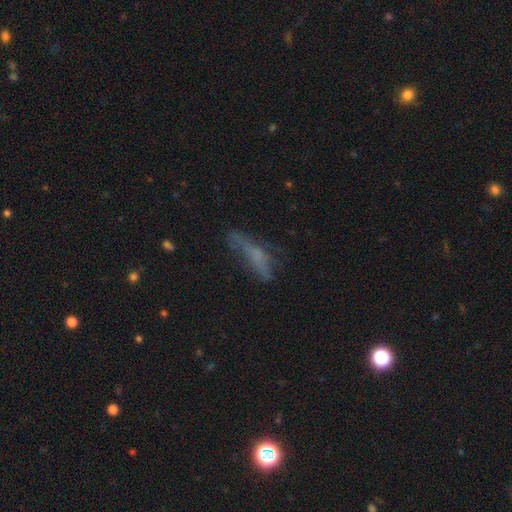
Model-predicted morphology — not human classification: A smooth galaxy with no disk features (46%).

Vote fractions:
- Smooth or featured? smooth: 46% / featured or disk: 39% / star or artifact: 15%
- Merging? none: 46% / minor disturbance: 27% / major disturbance: 23% / merger: 4%